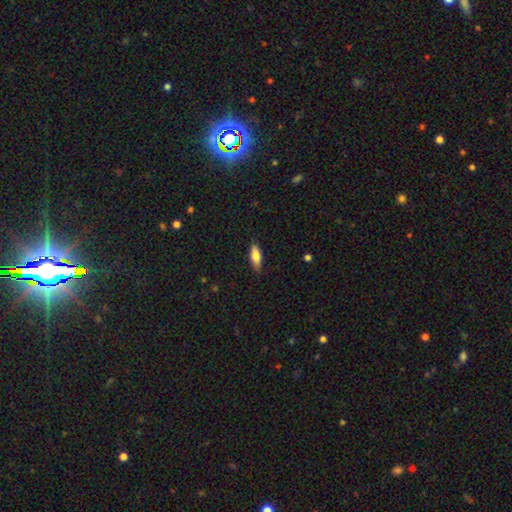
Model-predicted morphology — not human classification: smooth-or-featured: smooth: 77% | featured or disk: 16% | star or artifact: 6%
  how-rounded: in between: 60% | cigar-shaped: 38% | round: 2%
  merging: none: 85% | minor disturbance: 12% | major disturbance: 2% | merger: 1%